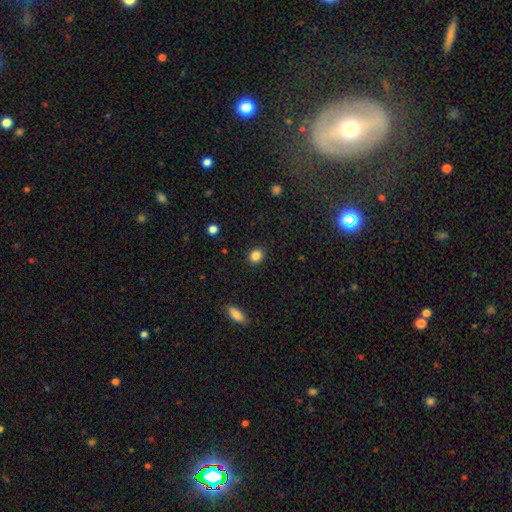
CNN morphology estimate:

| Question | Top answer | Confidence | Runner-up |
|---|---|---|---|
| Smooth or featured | smooth | 85% | star or artifact (10%) |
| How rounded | round | 72% | in between (27%) |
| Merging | none | 91% | minor disturbance (6%) |